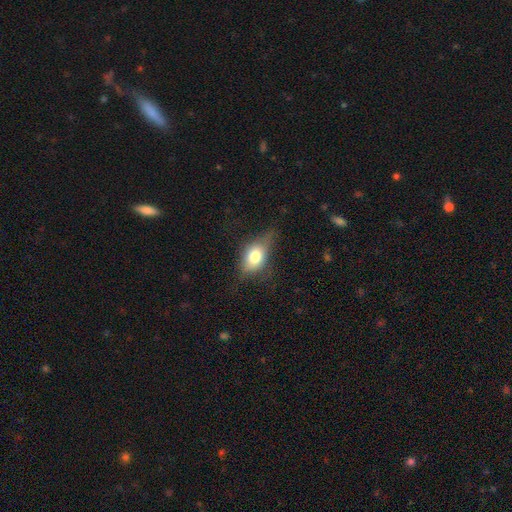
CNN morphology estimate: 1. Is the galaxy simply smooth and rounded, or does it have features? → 72% smooth, 19% featured or disk, 9% star or artifact.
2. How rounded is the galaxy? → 77% in between, 19% round, 4% cigar-shaped.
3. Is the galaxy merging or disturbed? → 51% none, 33% minor disturbance, 15% major disturbance, 2% merger.